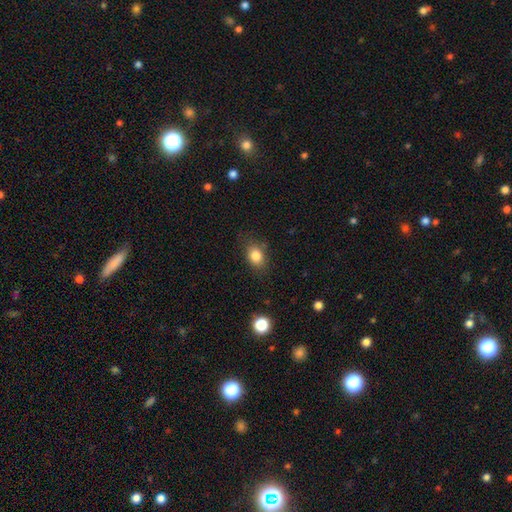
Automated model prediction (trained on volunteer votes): This appears to be a smooth galaxy with no disk features (84%) that is in between round and cigar-shaped (66%). Merging: none (79%).